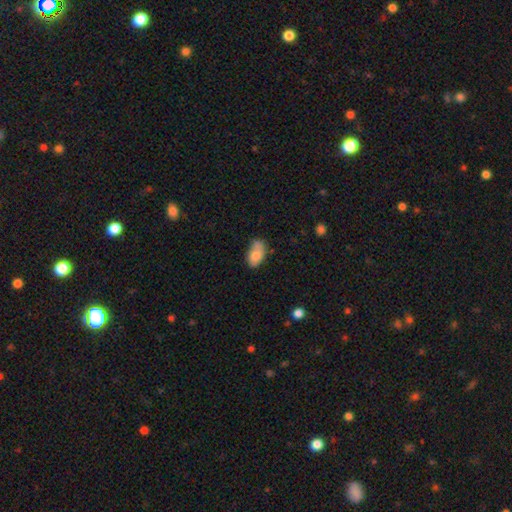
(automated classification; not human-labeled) Q: Smooth or featured?
A: smooth (74%); runner-up: featured or disk (18%)
Q: How rounded?
A: in between (90%); runner-up: round (8%)
Q: Merging?
A: none (50%); runner-up: minor disturbance (28%)